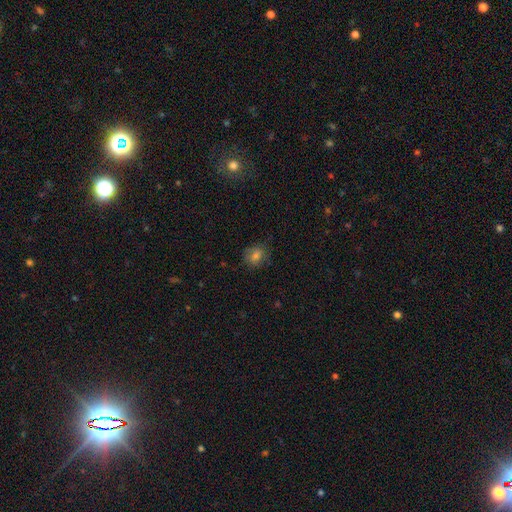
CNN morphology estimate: A smooth galaxy with no disk features (64%) that is round (61%). Merging: none (76%).